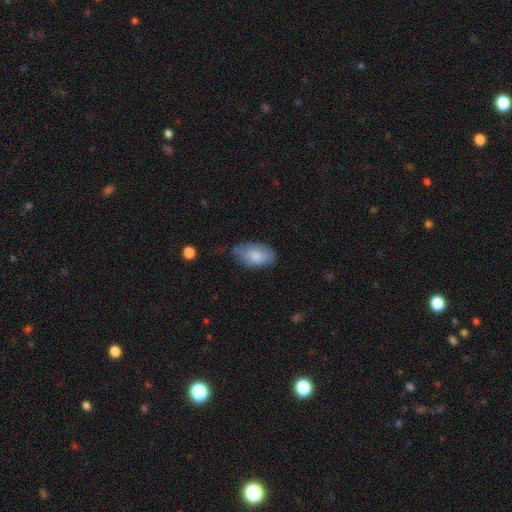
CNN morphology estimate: Q: Smooth or featured?
A: smooth (82%); runner-up: featured or disk (12%)
Q: How rounded?
A: in between (94%); runner-up: round (4%)
Q: Merging?
A: none (58%); runner-up: minor disturbance (32%)